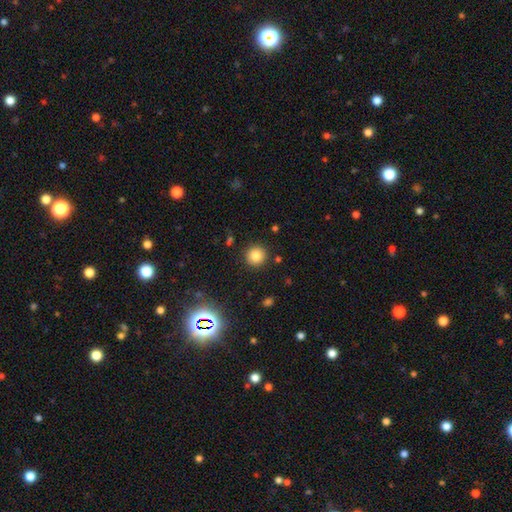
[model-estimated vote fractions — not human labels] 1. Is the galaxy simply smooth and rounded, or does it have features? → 81% smooth, 12% star or artifact, 6% featured or disk.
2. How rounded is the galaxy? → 94% round, 5% in between, 1% cigar-shaped.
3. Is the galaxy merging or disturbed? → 89% none, 6% minor disturbance, 2% major disturbance, 2% merger.